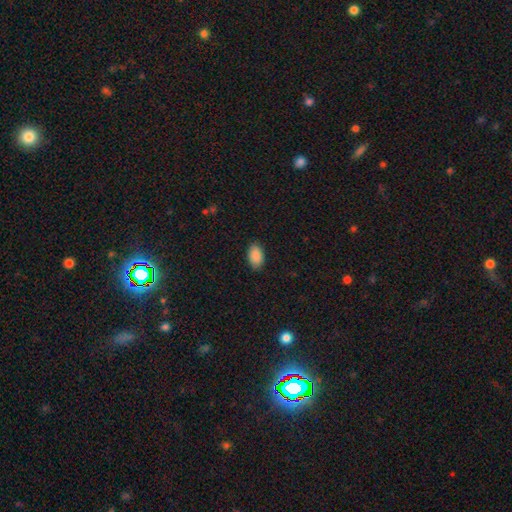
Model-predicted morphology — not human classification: Smooth or featured? smooth (89%)
How rounded? in between (92%)
Merging? none (87%)